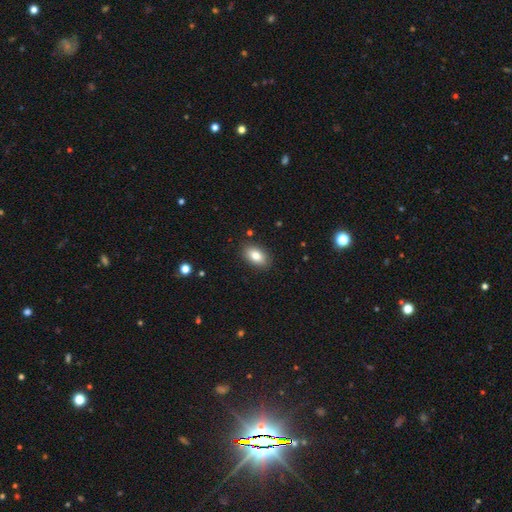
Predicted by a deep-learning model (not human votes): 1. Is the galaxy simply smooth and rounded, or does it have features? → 82% smooth, 10% featured or disk, 8% star or artifact.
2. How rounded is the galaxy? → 91% in between, 7% round, 2% cigar-shaped.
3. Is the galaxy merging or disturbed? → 87% none, 9% minor disturbance, 2% major disturbance, 1% merger.